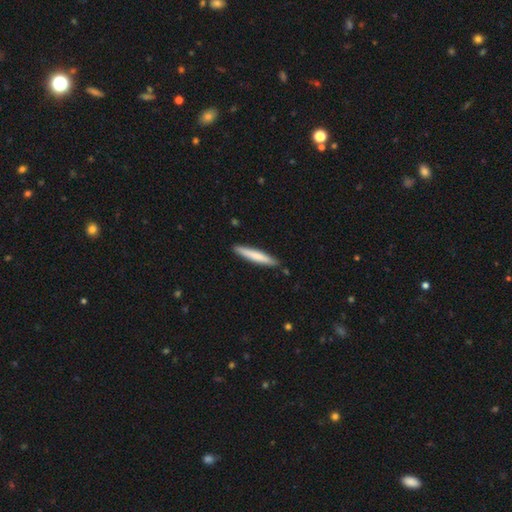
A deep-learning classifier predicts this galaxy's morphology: Smooth or featured? smooth (71%)
How rounded? cigar-shaped (94%)
Merging? none (88%)